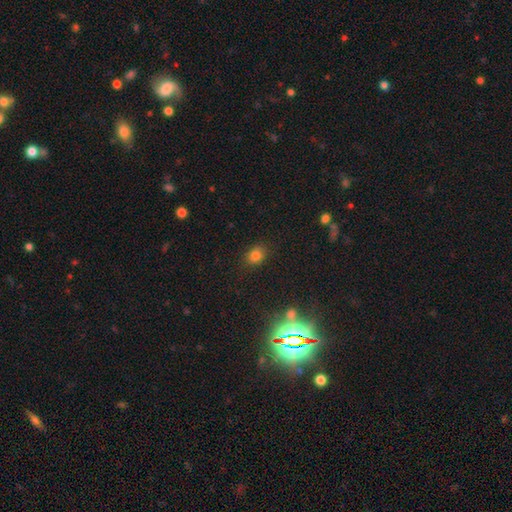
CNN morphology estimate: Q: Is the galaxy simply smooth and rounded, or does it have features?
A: smooth — 78%.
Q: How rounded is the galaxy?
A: in between — 53%.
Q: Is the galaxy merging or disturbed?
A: none — 85%.